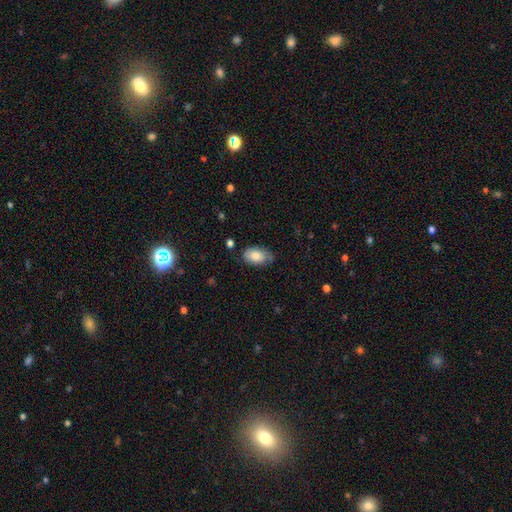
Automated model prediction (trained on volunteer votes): Smooth or featured? smooth (78%)
How rounded? in between (93%)
Merging? none (67%)